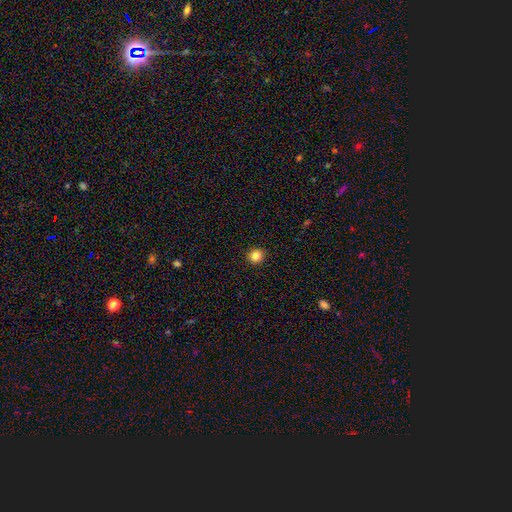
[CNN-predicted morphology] Smooth or featured? Predicted: smooth (p=0.84). How rounded? Predicted: round (p=0.92). Merging? Predicted: none (p=0.93).